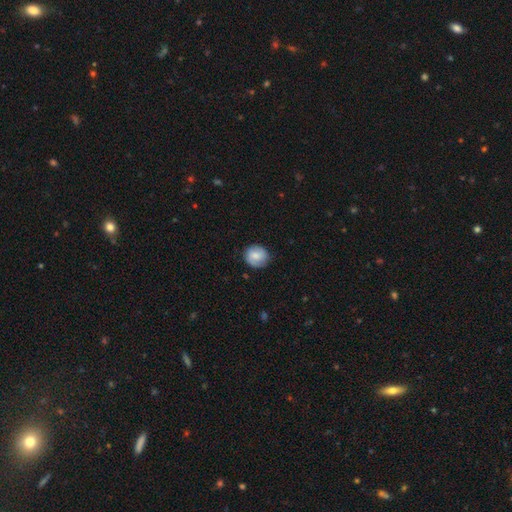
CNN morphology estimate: Q: Smooth or featured?
A: smooth (66%); runner-up: featured or disk (26%)
Q: How rounded?
A: round (84%); runner-up: in between (15%)
Q: Merging?
A: none (79%); runner-up: minor disturbance (16%)